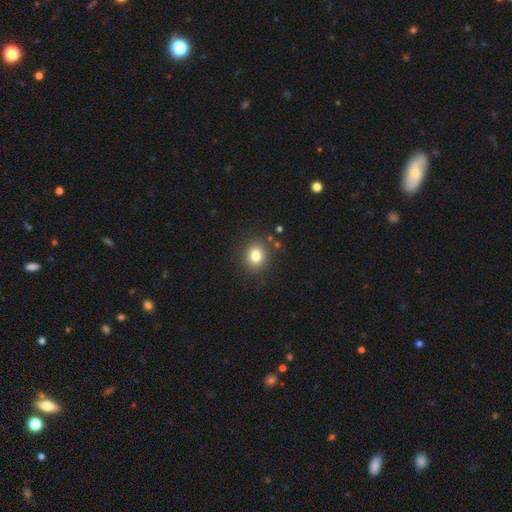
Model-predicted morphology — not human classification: This is clearly a smooth galaxy (80%). How rounded: likely round (72%). Merging: clearly none (86%).